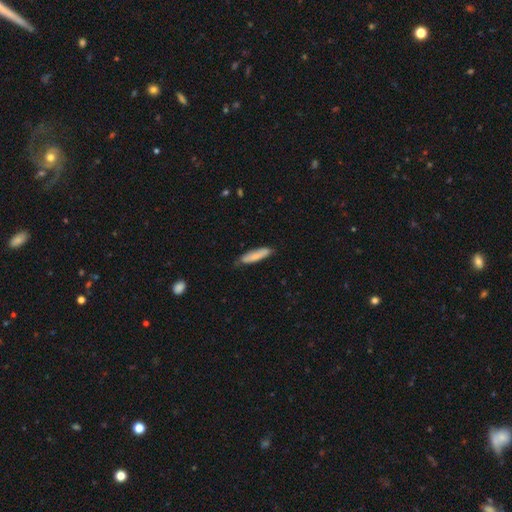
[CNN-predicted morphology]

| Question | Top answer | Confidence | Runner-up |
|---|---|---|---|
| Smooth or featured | smooth | 80% | featured or disk (14%) |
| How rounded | cigar-shaped | 74% | in between (24%) |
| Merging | none | 75% | minor disturbance (21%) |